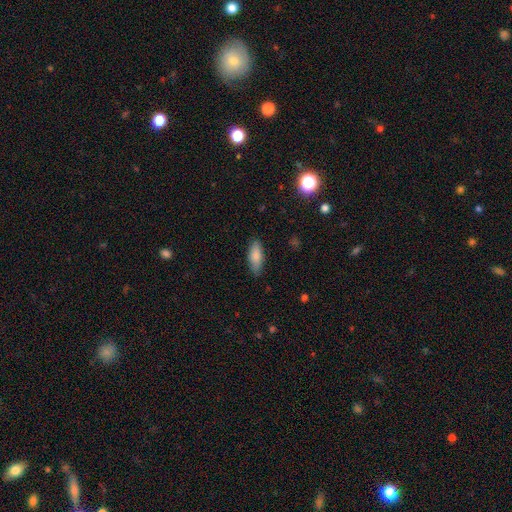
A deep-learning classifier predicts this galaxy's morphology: This is clearly a smooth galaxy (83%). How rounded: likely in between (75%). Merging: clearly none (83%).